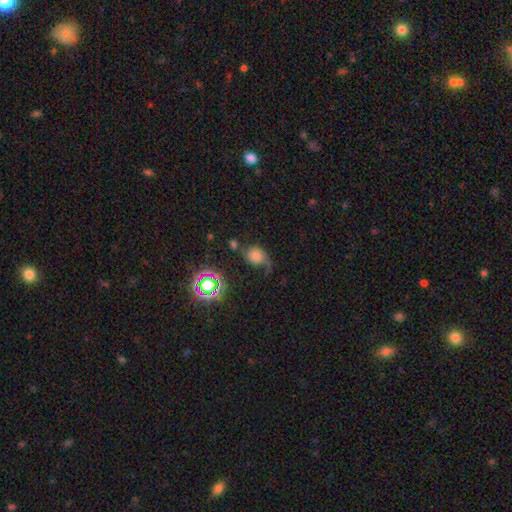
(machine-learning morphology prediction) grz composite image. It shows a smooth galaxy with no disk features (53%) that is round (55%). Merging: none (35%).